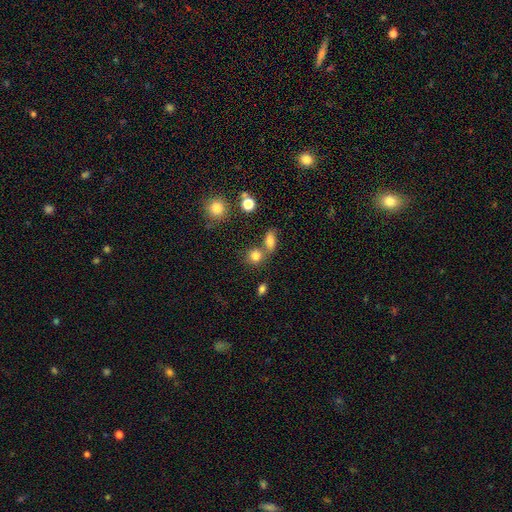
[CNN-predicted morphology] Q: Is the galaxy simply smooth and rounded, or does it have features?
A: smooth — 79%.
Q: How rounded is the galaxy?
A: round — 71%.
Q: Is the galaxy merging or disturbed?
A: none — 56%.